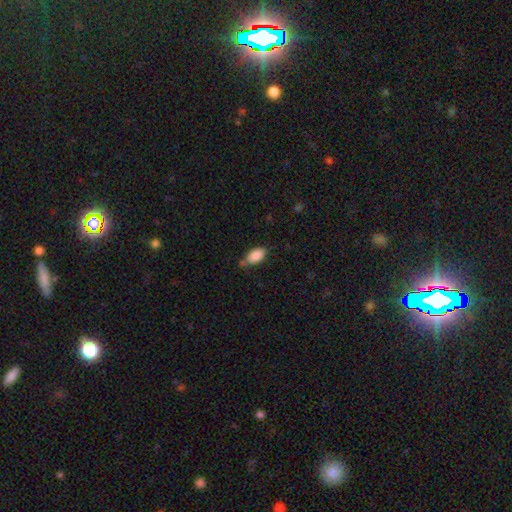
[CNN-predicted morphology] Smooth or featured? Predicted: smooth (p=0.87). How rounded? Predicted: in between (p=0.93). Merging? Predicted: none (p=0.62).